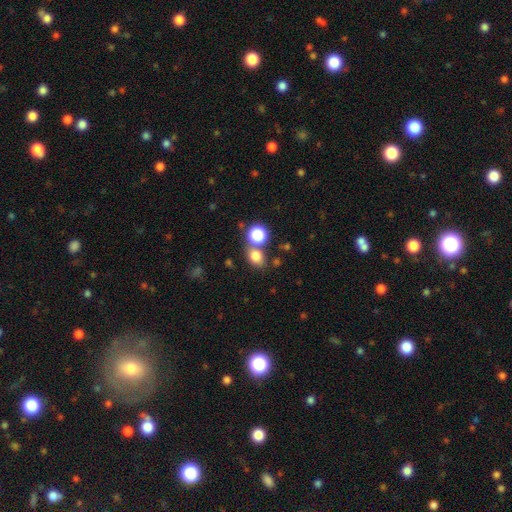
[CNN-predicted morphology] This appears to be a smooth galaxy with no disk features (78%) that is round (51%). Merging: none (62%).